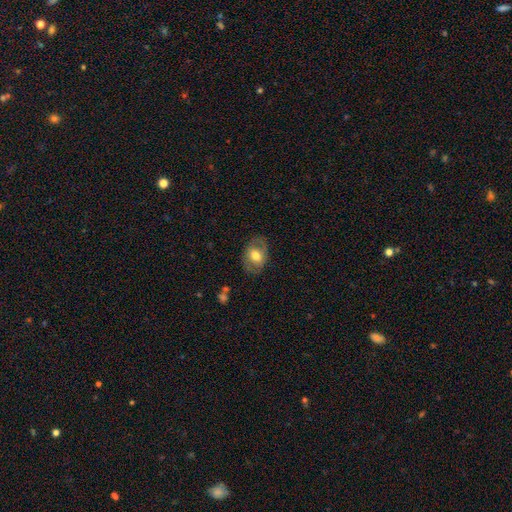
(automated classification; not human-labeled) smooth-or-featured: smooth: 56% | featured or disk: 37% | star or artifact: 7%
  how-rounded: in between: 72% | round: 26% | cigar-shaped: 1%
  merging: none: 78% | minor disturbance: 15% | major disturbance: 6% | merger: 1%